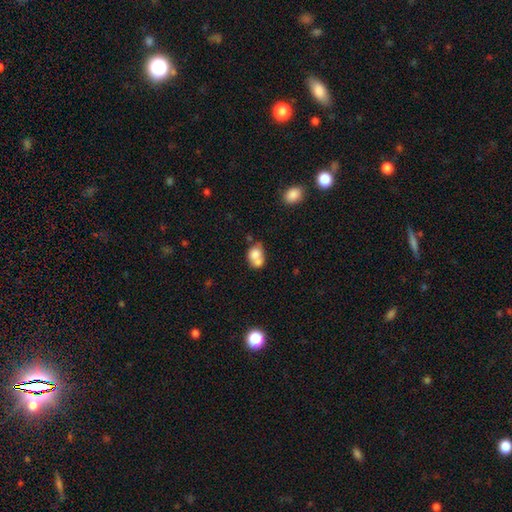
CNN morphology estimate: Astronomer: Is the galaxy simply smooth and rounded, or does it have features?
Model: smooth — 74%.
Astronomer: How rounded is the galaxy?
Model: in between — 61% (runner-up: round, 38%).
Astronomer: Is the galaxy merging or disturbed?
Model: merger — 57%.